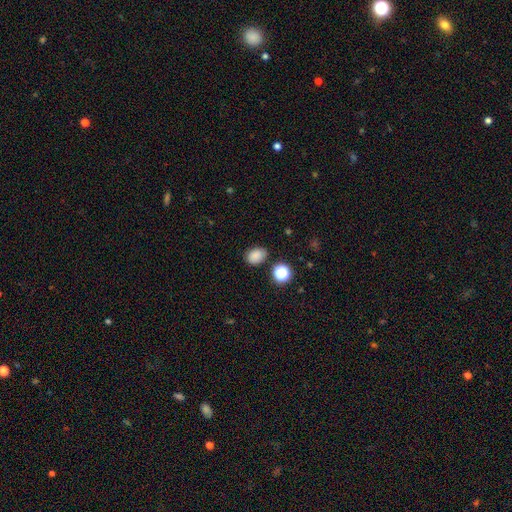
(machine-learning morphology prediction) smooth-or-featured: smooth: 83% | star or artifact: 12% | featured or disk: 5%
  how-rounded: in between: 69% | round: 30% | cigar-shaped: 1%
  merging: none: 80% | minor disturbance: 13% | merger: 3% | major disturbance: 3%